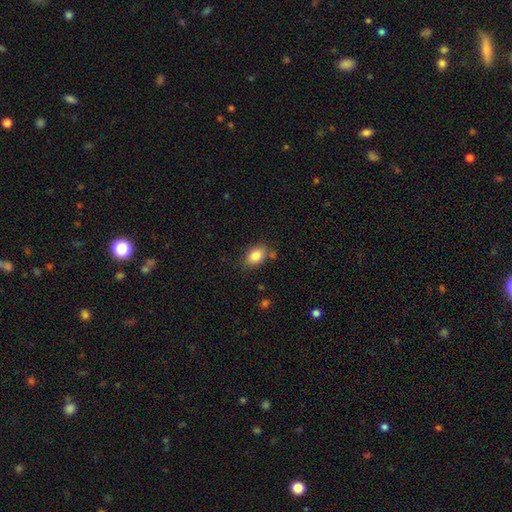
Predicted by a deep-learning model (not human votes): smooth 85%, star or artifact 8%, featured or disk 7%. Down the decision tree: how rounded — in between (82%); merging — none (75%).